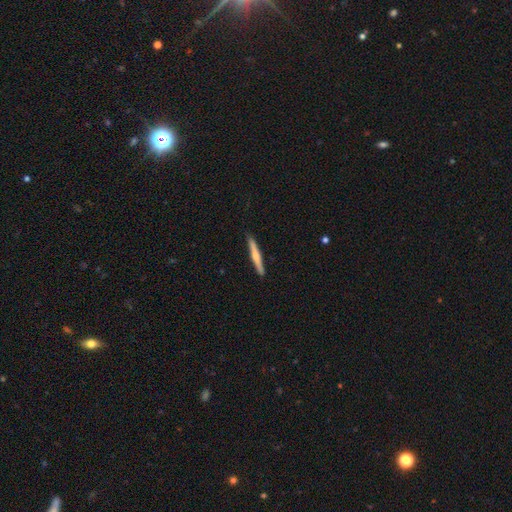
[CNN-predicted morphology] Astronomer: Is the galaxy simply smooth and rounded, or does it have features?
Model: featured or disk — 49% (runner-up: smooth, 46%).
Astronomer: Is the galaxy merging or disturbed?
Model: none — 91%.